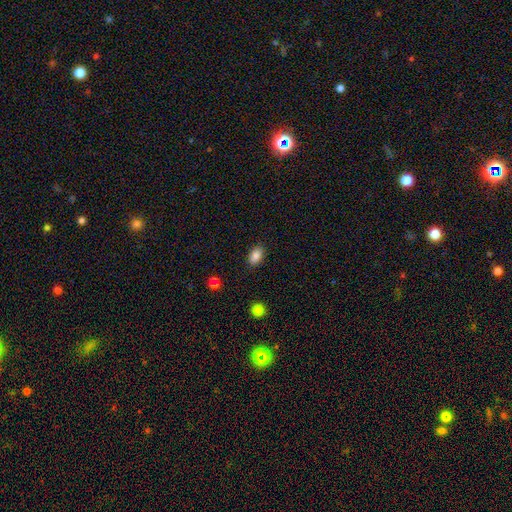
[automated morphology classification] Q: Smooth or featured?
A: smooth (87%); runner-up: star or artifact (8%)
Q: How rounded?
A: in between (90%); runner-up: round (8%)
Q: Merging?
A: none (87%); runner-up: minor disturbance (9%)